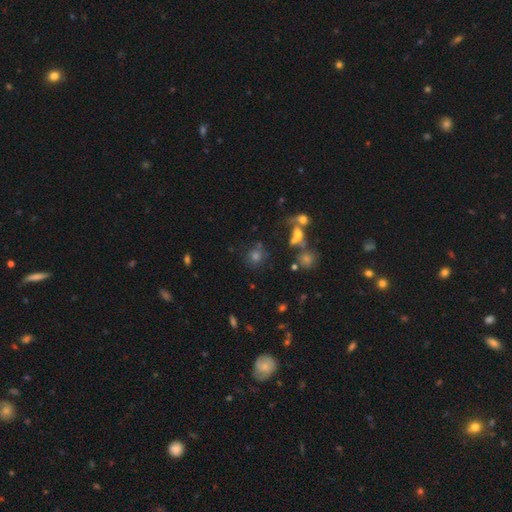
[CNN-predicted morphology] Smooth or featured: smooth — 60% (star or artifact — 29%)
How rounded: round — 85% (in between — 13%)
Merging: none — 69% (merger — 13%)